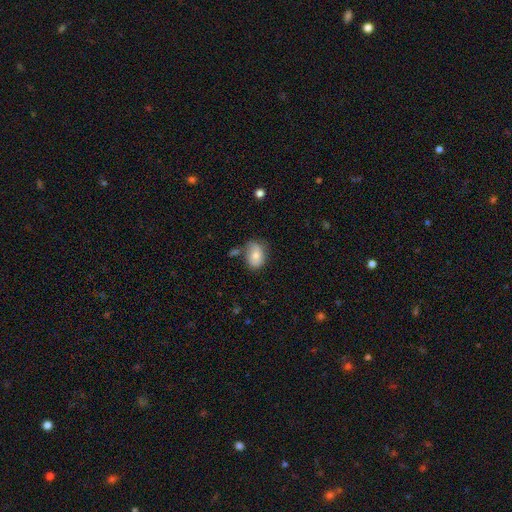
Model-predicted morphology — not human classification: A smooth galaxy with no disk features (72%) that is in between round and cigar-shaped (79%).

Vote fractions:
- Smooth or featured? smooth: 72% / featured or disk: 20% / star or artifact: 8%
- How rounded? in between: 79% / round: 20% / cigar-shaped: 1%
- Merging? none: 58% / minor disturbance: 27% / merger: 8% / major disturbance: 7%